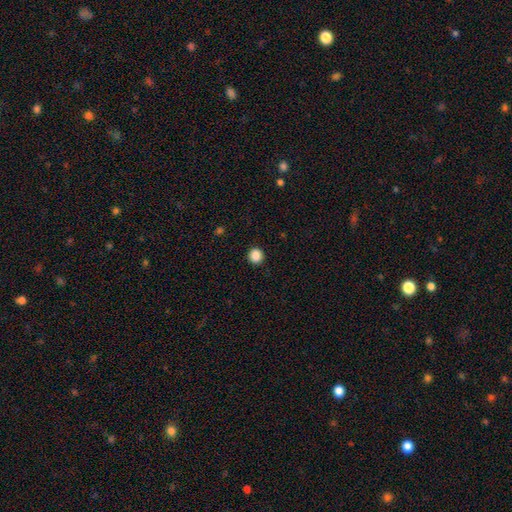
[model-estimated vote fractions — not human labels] Overall: smooth (87%). How rounded: round (90%). Merging: none (92%).